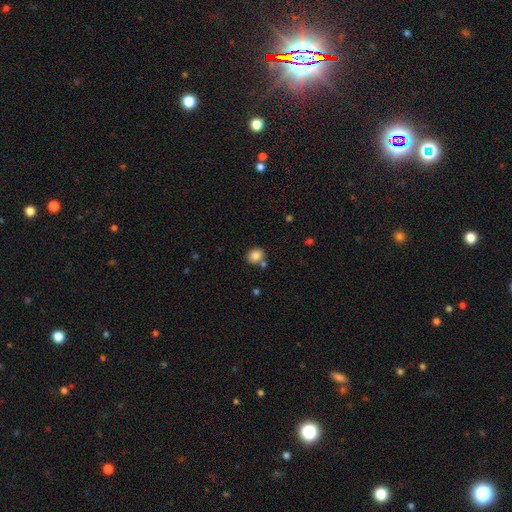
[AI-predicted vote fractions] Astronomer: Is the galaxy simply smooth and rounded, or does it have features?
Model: smooth — 85%.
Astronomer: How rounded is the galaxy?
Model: round — 61% (runner-up: in between, 38%).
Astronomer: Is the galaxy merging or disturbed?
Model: none — 71%.